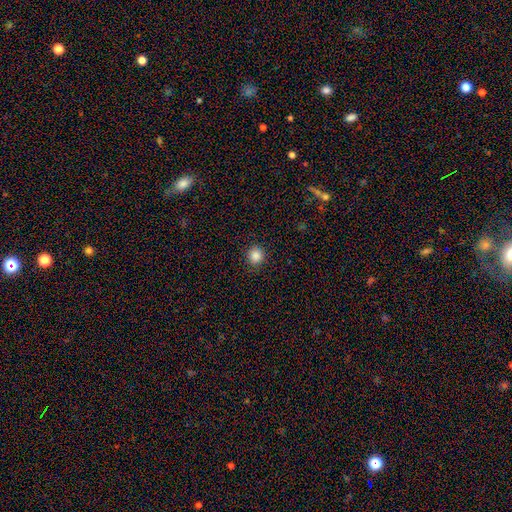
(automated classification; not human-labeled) A smooth galaxy with no disk features (86%) that is round (91%). Merging: none (91%).